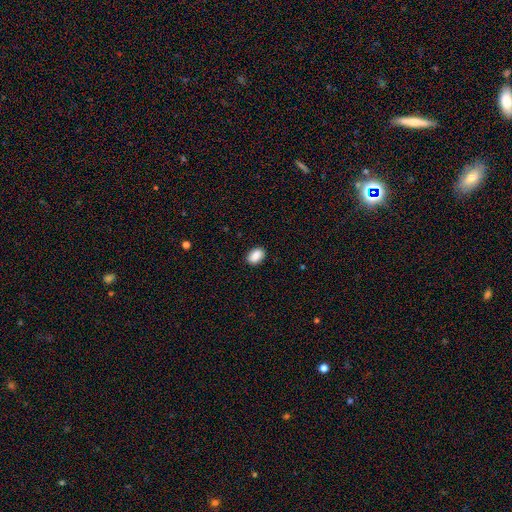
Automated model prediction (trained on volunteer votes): The model was most divided on "how rounded": in between: 88%, round: 11%, cigar-shaped: 1%. More confident: smooth or featured — smooth (90%); merging — none (90%).